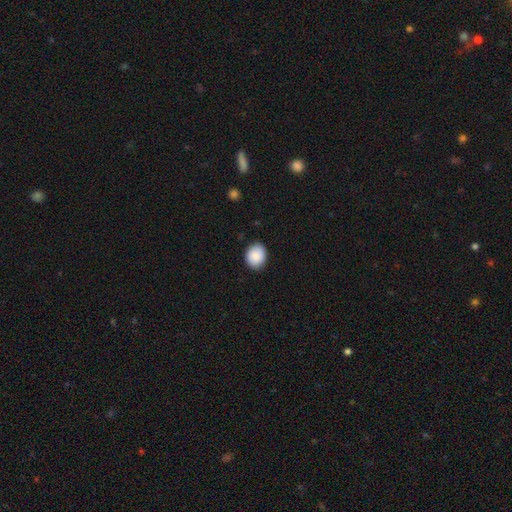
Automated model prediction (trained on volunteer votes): Overall: smooth (88%). How rounded: round (57%; in between 42%). Merging: none (86%).